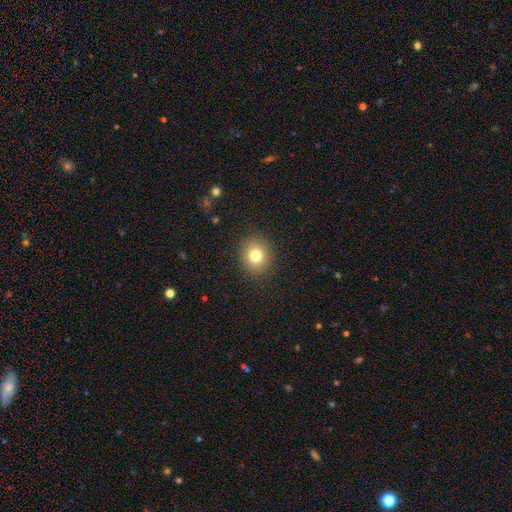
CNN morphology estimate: This appears to be a smooth galaxy with no disk features (80%) that is round (74%). Merging: none (89%).